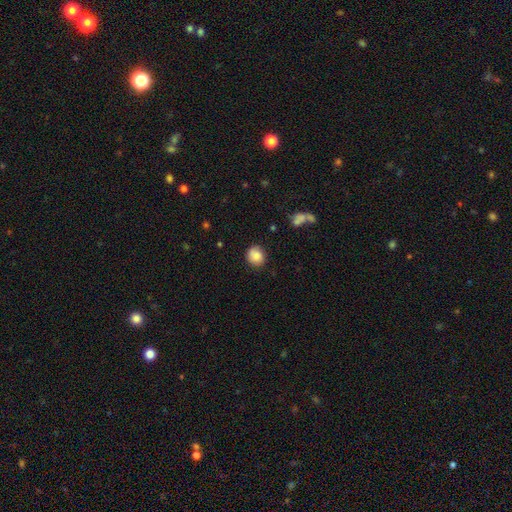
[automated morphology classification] Overall: smooth (83%). How rounded: round (80%). Merging: none (76%).